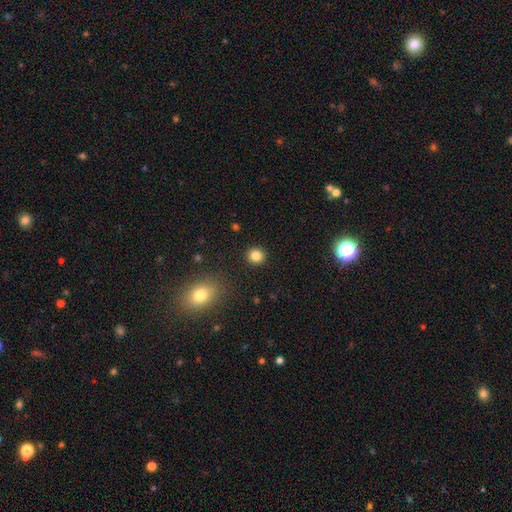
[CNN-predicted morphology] smooth_or_featured: smooth (p=0.84) [alt: star or artifact p=0.11]
how_rounded: round (p=0.88) [alt: in between p=0.11]
merging: none (p=0.91) [alt: minor disturbance p=0.05]